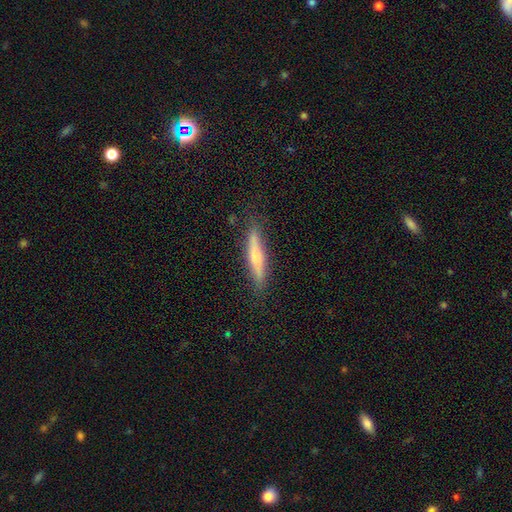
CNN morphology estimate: smooth 59%, featured or disk 34%, star or artifact 7%. Down the decision tree: how rounded — cigar-shaped (90%); merging — none (83%).